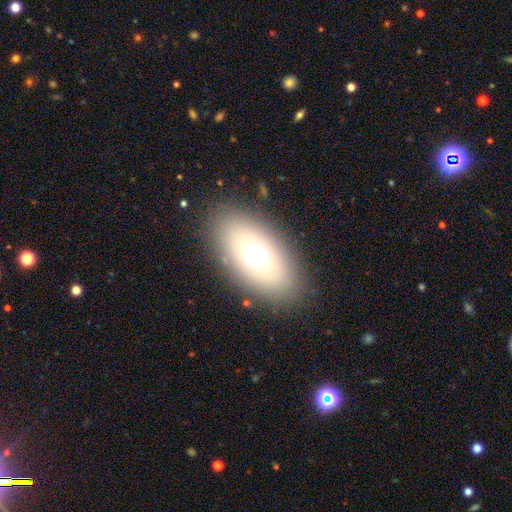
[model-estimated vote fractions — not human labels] This appears to be a smooth galaxy with no disk features (61%) that is in between round and cigar-shaped (85%). Merging: none (85%).